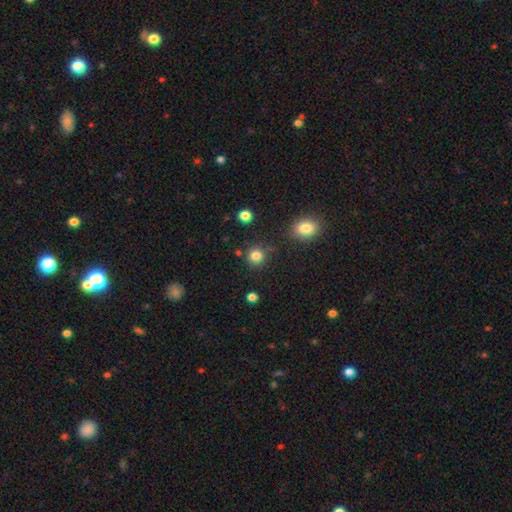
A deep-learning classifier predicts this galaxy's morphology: Smooth or featured? Predicted: smooth (p=0.82). How rounded? Predicted: round (p=0.90). Merging? Predicted: none (p=0.83).